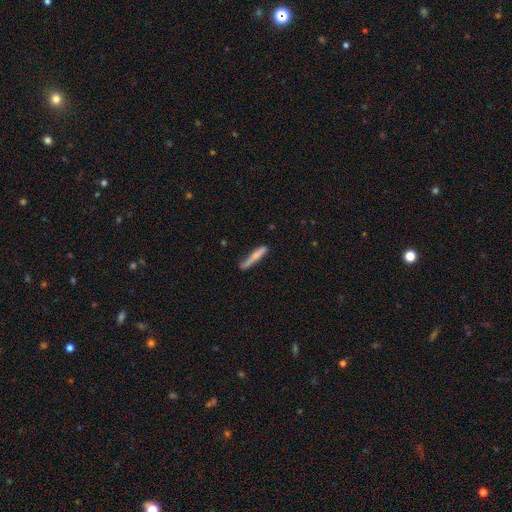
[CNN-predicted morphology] A smooth galaxy with no disk features (67%) that is cigar-shaped (94%). Merging: none (71%).